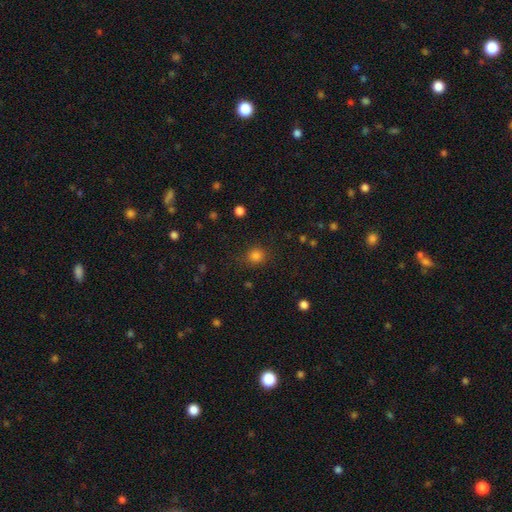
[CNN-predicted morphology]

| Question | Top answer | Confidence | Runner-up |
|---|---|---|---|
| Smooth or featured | smooth | 82% | star or artifact (14%) |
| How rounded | round | 80% | in between (19%) |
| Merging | none | 83% | minor disturbance (12%) |